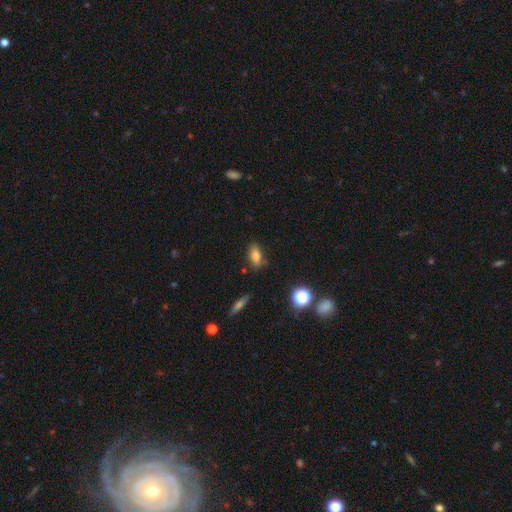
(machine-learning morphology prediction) type=smooth (80%); roundness=in between (84%); merging=none (75%).